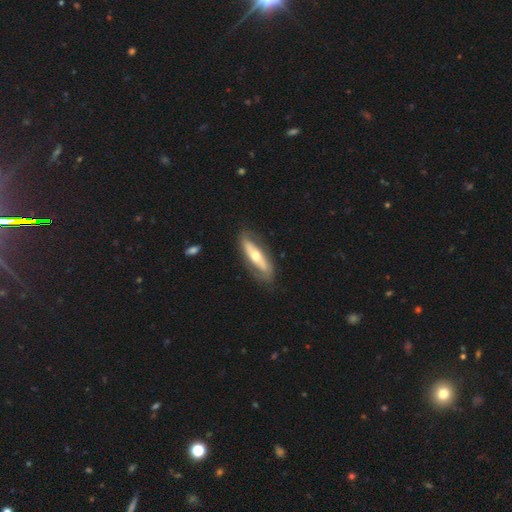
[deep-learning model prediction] smooth-or-featured: featured or disk: 62% | smooth: 33% | star or artifact: 5%
  disk-edge-on: no: 66% | yes: 34%
  merging: none: 77% | minor disturbance: 15% | major disturbance: 6% | merger: 2%